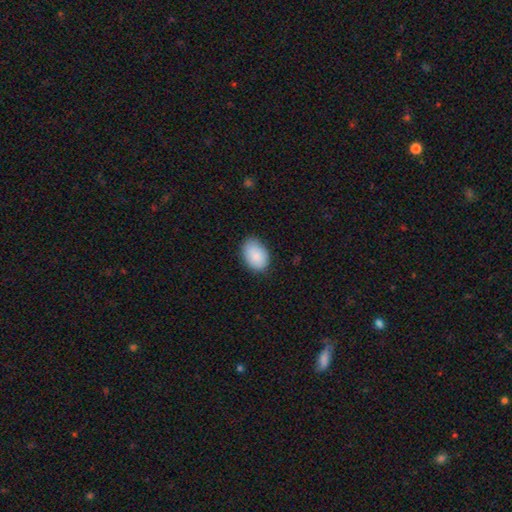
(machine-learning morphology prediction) This appears to be a smooth galaxy with no disk features (88%) that is in between round and cigar-shaped (87%). Merging: none (82%).